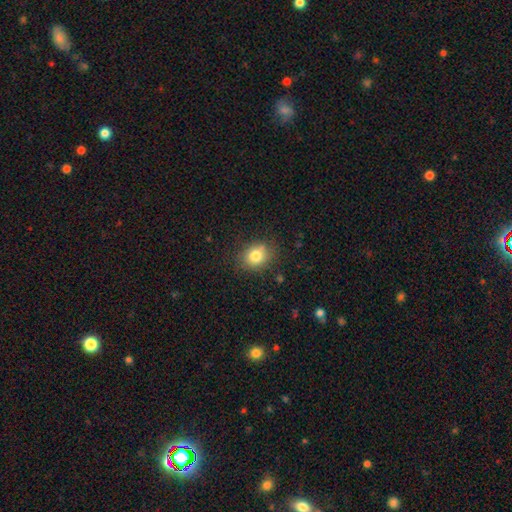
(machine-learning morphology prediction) Overall: smooth (80%). How rounded: round (54%; in between 45%). Merging: none (79%).